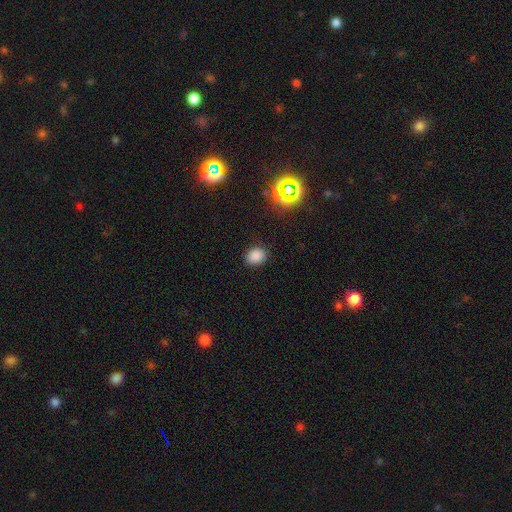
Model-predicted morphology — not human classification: Smooth or featured?
  - smooth: 82% *
  - star or artifact: 14%
  - featured or disk: 4%
How rounded?
  - in between: 51% *
  - round: 48%
  - cigar-shaped: 1%
Merging?
  - none: 86% *
  - minor disturbance: 10%
  - major disturbance: 3%
  - merger: 1%